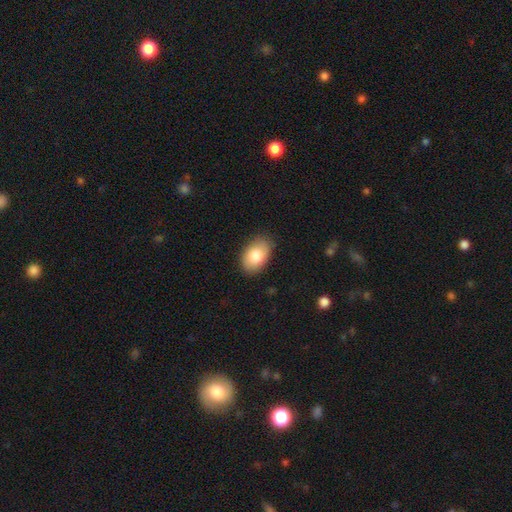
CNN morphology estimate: Q: Smooth or featured?
A: smooth (81%); runner-up: featured or disk (13%)
Q: How rounded?
A: in between (87%); runner-up: round (12%)
Q: Merging?
A: none (84%); runner-up: minor disturbance (13%)